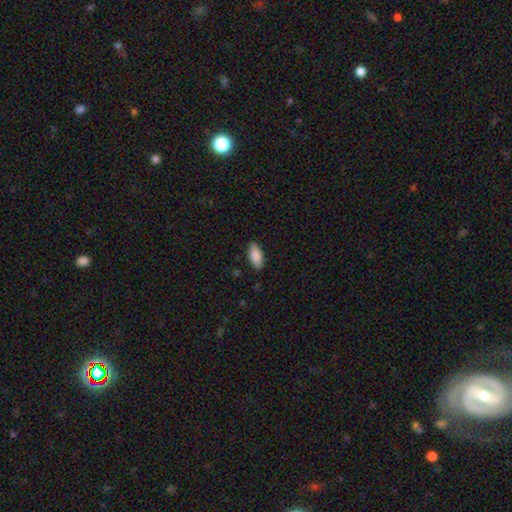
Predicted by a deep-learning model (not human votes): Q: Smooth or featured?
A: smooth (89%); runner-up: star or artifact (6%)
Q: How rounded?
A: in between (86%); runner-up: cigar-shaped (12%)
Q: Merging?
A: none (86%); runner-up: minor disturbance (11%)